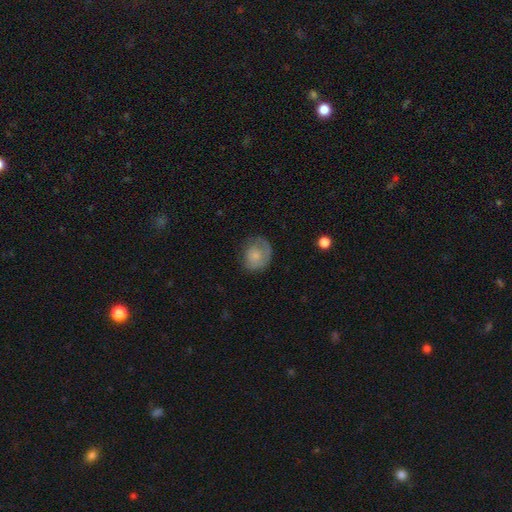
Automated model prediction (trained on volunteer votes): Smooth or featured? smooth (65%)
How rounded? round (59%)
Merging? none (57%)